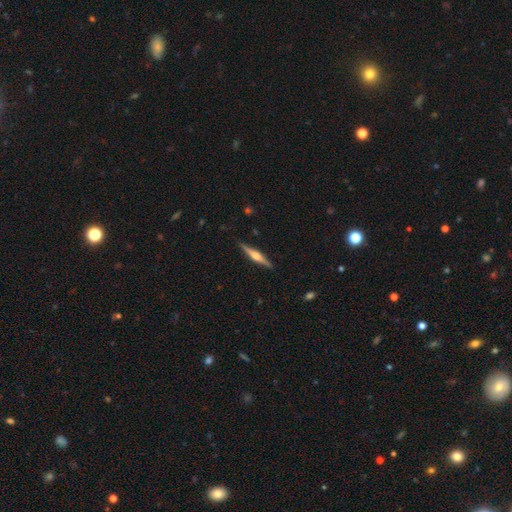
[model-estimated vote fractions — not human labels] The model was most divided on "smooth or featured": featured or disk: 75%, smooth: 20%, star or artifact: 5%. More confident: edge-on disk — yes (98%); merging — none (90%); edge-on bulge — rounded (86%).